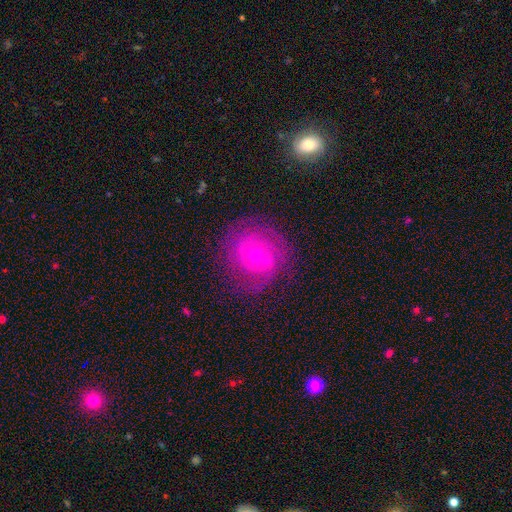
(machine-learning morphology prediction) Smooth or featured? featured or disk (78%)
Edge-on disk? no (97%)
Bar? weak (48%)
Spiral arms? yes (90%)
Spiral winding? tight (49%)
Spiral arm count? 2 (45%)
Bulge size? small (66%)
Merging? none (75%)